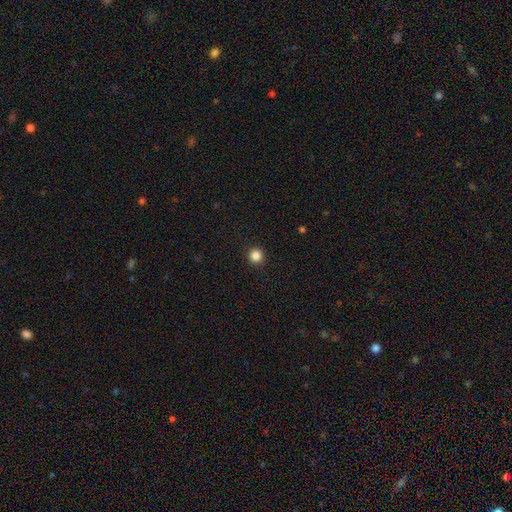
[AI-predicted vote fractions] Smooth or featured?
  - smooth: 85% *
  - star or artifact: 11%
  - featured or disk: 3%
How rounded?
  - round: 95% *
  - in between: 4%
  - cigar-shaped: 1%
Merging?
  - none: 93% *
  - minor disturbance: 4%
  - major disturbance: 2%
  - merger: 1%